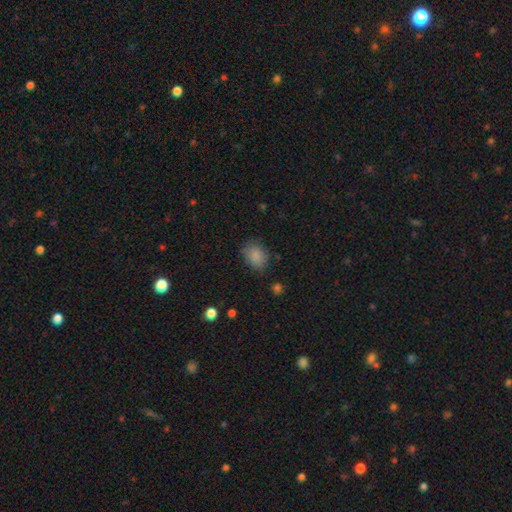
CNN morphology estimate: Overall: smooth (85%). How rounded: in between (61%; round 38%). Merging: none (74%).